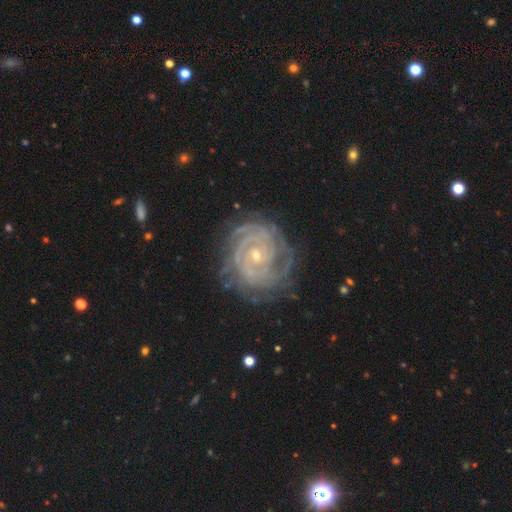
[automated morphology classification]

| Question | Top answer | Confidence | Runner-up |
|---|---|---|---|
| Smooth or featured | featured or disk | 90% | star or artifact (5%) |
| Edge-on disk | no | 97% | yes (3%) |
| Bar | no | 71% | weak (21%) |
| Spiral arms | yes | 98% | no (2%) |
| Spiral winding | tight | 85% | medium (13%) |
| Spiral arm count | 2 | 23% | can't tell (22%) |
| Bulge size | small | 74% | moderate (23%) |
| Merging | none | 76% | minor disturbance (16%) |